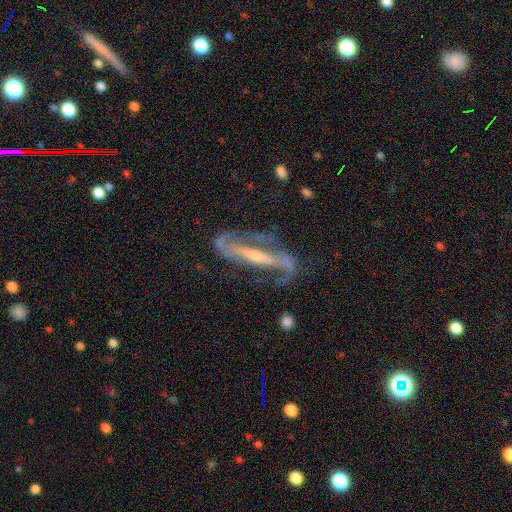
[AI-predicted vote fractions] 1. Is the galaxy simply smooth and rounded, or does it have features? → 85% featured or disk, 9% smooth, 6% star or artifact.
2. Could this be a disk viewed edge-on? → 71% no, 29% yes.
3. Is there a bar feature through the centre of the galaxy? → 67% strong, 20% weak, 13% no.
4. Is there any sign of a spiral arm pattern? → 90% yes, 10% no.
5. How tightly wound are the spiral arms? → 44% medium, 33% loose, 23% tight.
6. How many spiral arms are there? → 84% 2, 8% can't tell, 4% 1, 2% 3, 1% 4, 1% more than 4.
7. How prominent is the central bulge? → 51% small, 36% moderate, 6% none, 5% large, 2% dominant.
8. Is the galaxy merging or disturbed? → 56% none, 20% major disturbance, 20% minor disturbance, 3% merger.